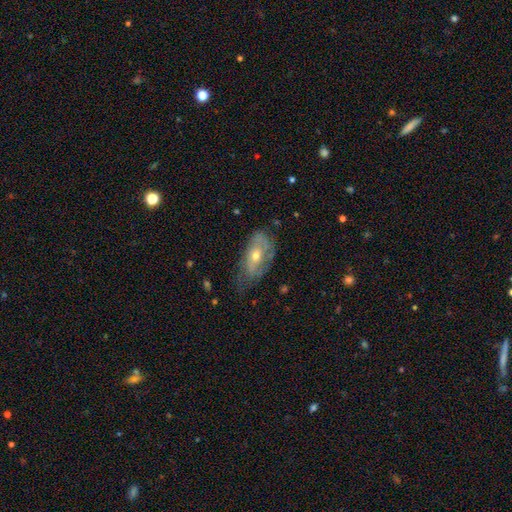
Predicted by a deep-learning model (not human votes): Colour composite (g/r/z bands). It shows a featured or disk galaxy (56%). Merging: none (48%).